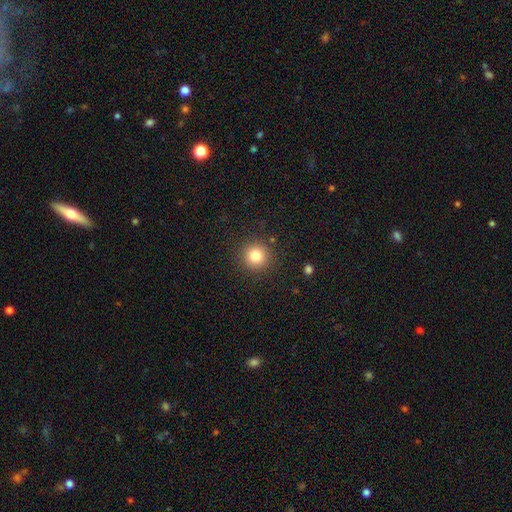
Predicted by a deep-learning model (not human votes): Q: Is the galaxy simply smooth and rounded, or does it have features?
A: smooth — 81%.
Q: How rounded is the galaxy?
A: round — 95%.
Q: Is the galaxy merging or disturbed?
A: none — 90%.